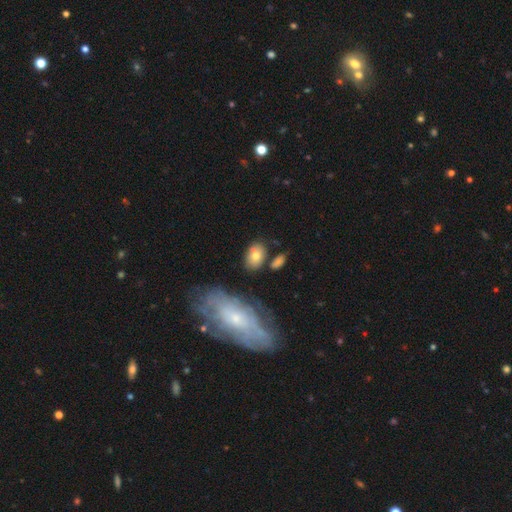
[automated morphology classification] A smooth galaxy with no disk features (71%) that is in between round and cigar-shaped (82%).

Vote fractions:
- Smooth or featured? smooth: 71% / featured or disk: 21% / star or artifact: 8%
- How rounded? in between: 82% / round: 16% / cigar-shaped: 2%
- Merging? none: 69% / minor disturbance: 16% / merger: 10% / major disturbance: 6%